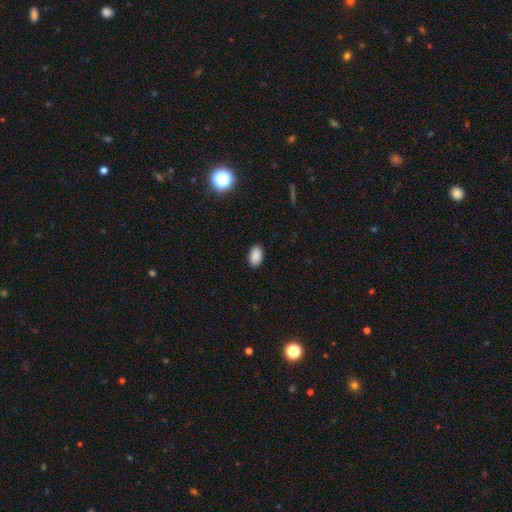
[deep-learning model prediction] This is clearly a smooth galaxy (89%). How rounded: clearly in between (92%). Merging: clearly none (89%).